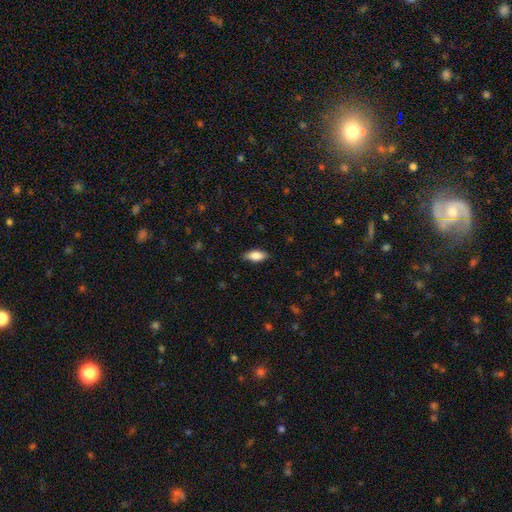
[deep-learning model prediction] Overall: smooth (82%). How rounded: in between (83%). Merging: none (85%).